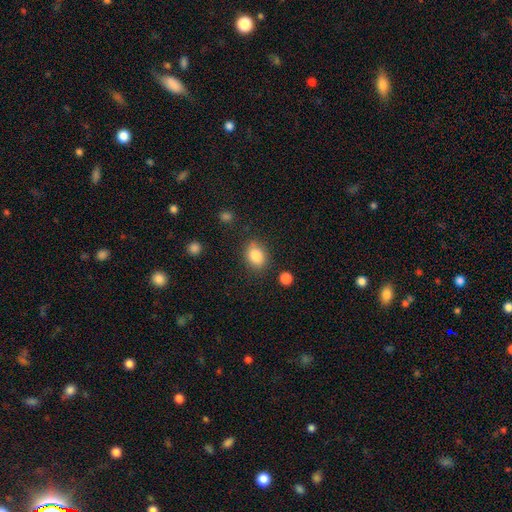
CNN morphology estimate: A smooth galaxy with no disk features (85%) that is in between round and cigar-shaped (63%).

Vote fractions:
- Smooth or featured? smooth: 85% / star or artifact: 9% / featured or disk: 7%
- How rounded? in between: 63% / round: 36% / cigar-shaped: 1%
- Merging? none: 78% / minor disturbance: 14% / major disturbance: 4% / merger: 4%